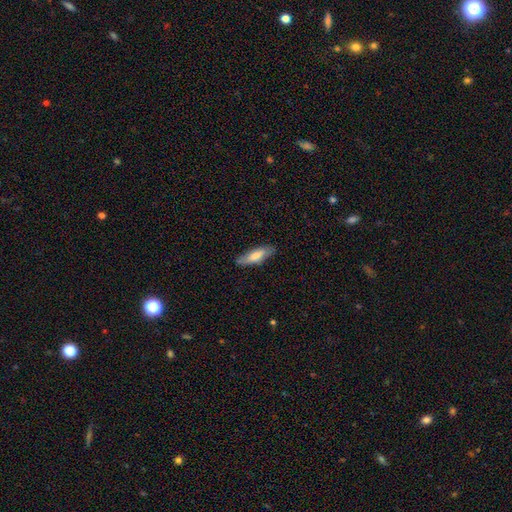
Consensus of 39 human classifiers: A smooth galaxy with no disk features (62%) that is in between round and cigar-shaped (62%). Merging: none (87%).